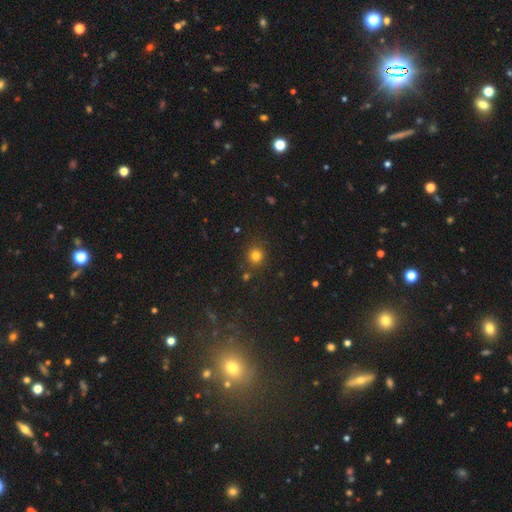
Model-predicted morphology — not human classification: smooth_or_featured: smooth (p=0.78) [alt: star or artifact p=0.17]
how_rounded: round (p=0.91) [alt: in between p=0.08]
merging: none (p=0.84) [alt: minor disturbance p=0.08]